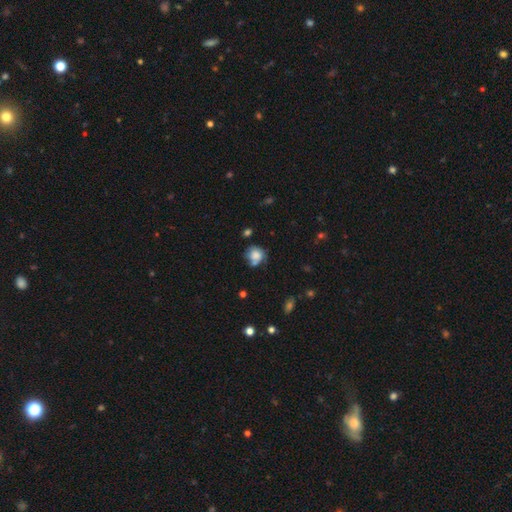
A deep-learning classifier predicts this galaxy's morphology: Smooth or featured: smooth — 73% (featured or disk — 17%)
How rounded: round — 78% (in between — 21%)
Merging: none — 49% (minor disturbance — 26%)